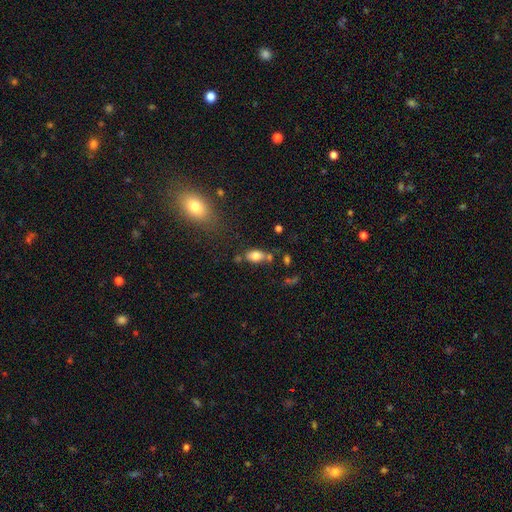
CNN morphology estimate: A smooth galaxy with no disk features (78%) that is in between round and cigar-shaped (86%).

Vote fractions:
- Smooth or featured? smooth: 78% / featured or disk: 12% / star or artifact: 10%
- How rounded? in between: 86% / round: 10% / cigar-shaped: 4%
- Merging? none: 59% / minor disturbance: 18% / merger: 17% / major disturbance: 6%